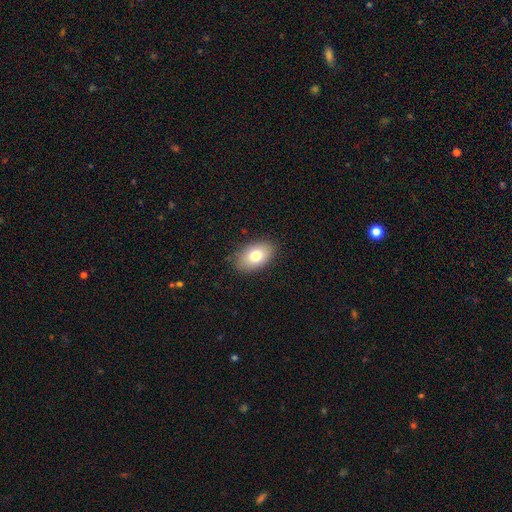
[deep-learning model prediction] smooth 78%, featured or disk 14%, star or artifact 8%. Down the decision tree: how rounded — in between (90%); merging — none (86%).